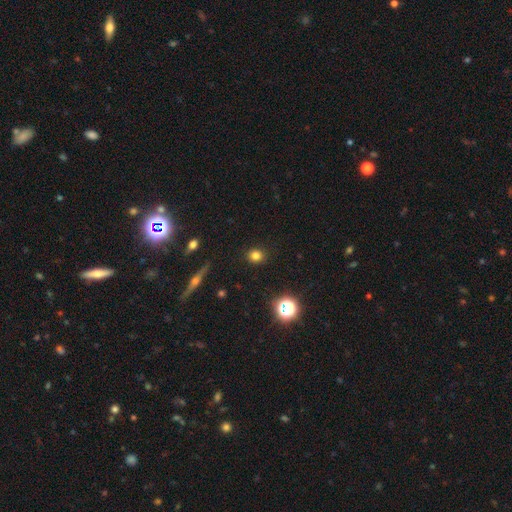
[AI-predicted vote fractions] Q: Smooth or featured?
A: smooth (78%); runner-up: star or artifact (15%)
Q: How rounded?
A: round (83%); runner-up: in between (16%)
Q: Merging?
A: none (90%); runner-up: minor disturbance (7%)